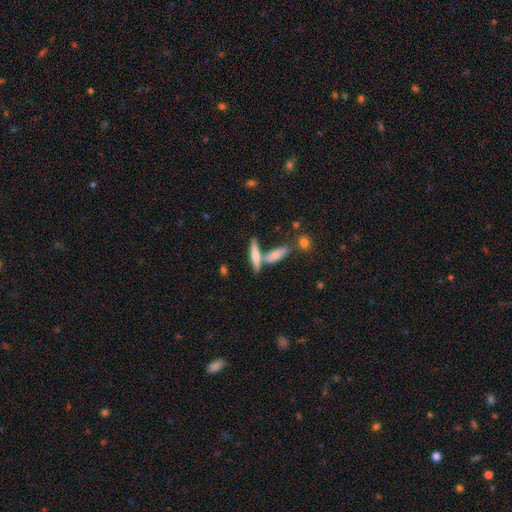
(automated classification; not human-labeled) smooth 59%, featured or disk 34%, star or artifact 7%. Down the decision tree: how rounded — cigar-shaped (74%); merging — none (54%).